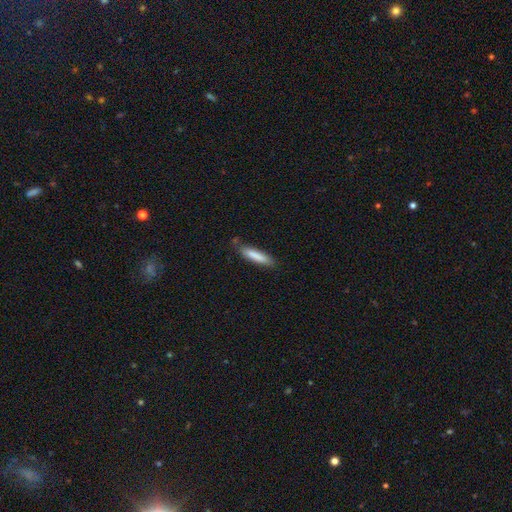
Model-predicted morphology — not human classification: A smooth galaxy with no disk features (83%) that is cigar-shaped (82%).

Vote fractions:
- Smooth or featured? smooth: 83% / featured or disk: 11% / star or artifact: 6%
- How rounded? cigar-shaped: 82% / in between: 17% / round: 1%
- Merging? none: 78% / minor disturbance: 16% / merger: 3% / major disturbance: 3%